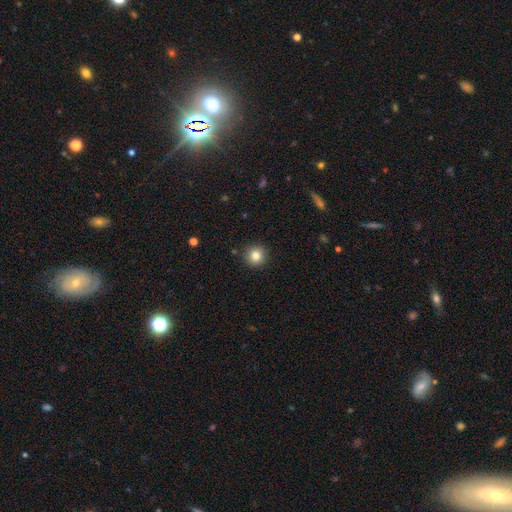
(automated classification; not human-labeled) The model was most divided on "smooth or featured": smooth: 82%, star or artifact: 11%, featured or disk: 7%. More confident: how rounded — round (95%); merging — none (91%).